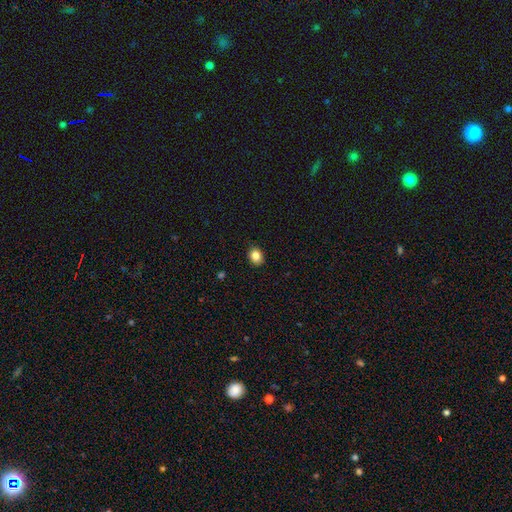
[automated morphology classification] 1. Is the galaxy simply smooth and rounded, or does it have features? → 85% smooth, 10% star or artifact, 6% featured or disk.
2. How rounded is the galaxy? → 53% in between, 47% round, 1% cigar-shaped.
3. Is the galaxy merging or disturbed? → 89% none, 8% minor disturbance, 2% major disturbance, 1% merger.